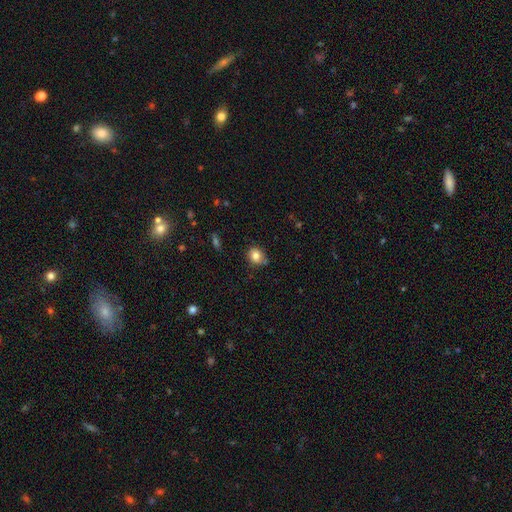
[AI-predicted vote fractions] Smooth or featured? Predicted: smooth (p=0.82). How rounded? Predicted: round (p=0.72). Merging? Predicted: none (p=0.73).